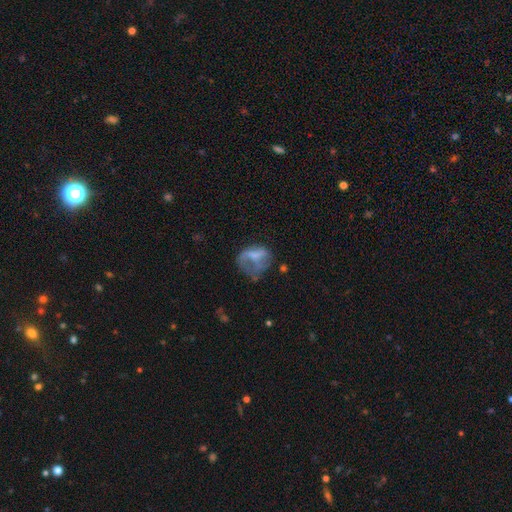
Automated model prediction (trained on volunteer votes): Overall: smooth (48%; featured or disk 41%). Merging: major disturbance (45%; none 27%).